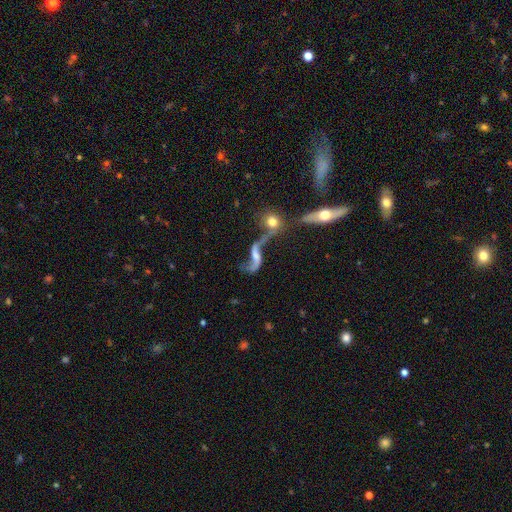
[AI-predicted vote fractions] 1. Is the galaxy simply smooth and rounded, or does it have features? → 77% featured or disk, 14% smooth, 9% star or artifact.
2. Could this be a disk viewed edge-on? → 93% no, 7% yes.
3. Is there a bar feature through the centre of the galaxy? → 40% no, 39% weak, 21% strong.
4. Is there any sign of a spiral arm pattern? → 86% yes, 14% no.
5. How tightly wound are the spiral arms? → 92% loose, 6% medium, 2% tight.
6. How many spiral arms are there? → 87% 2, 8% 1, 3% can't tell, 1% 3, 1% 4, 1% more than 4.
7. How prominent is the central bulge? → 34% none, 33% small, 25% moderate, 6% large, 2% dominant.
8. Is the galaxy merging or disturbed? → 38% merger, 29% none, 21% major disturbance, 13% minor disturbance.